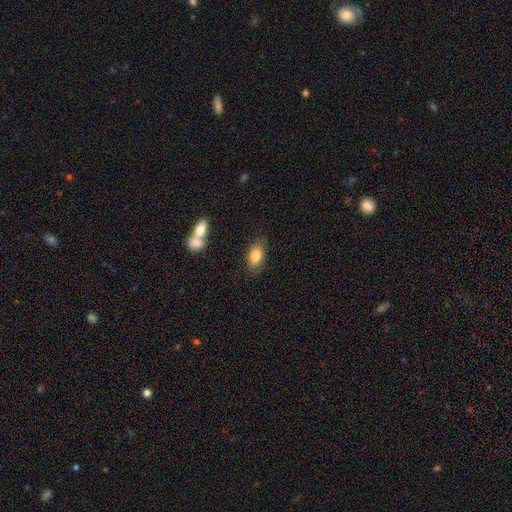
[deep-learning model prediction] This is clearly a smooth galaxy (82%). How rounded: clearly in between (87%). Merging: likely none (76%).